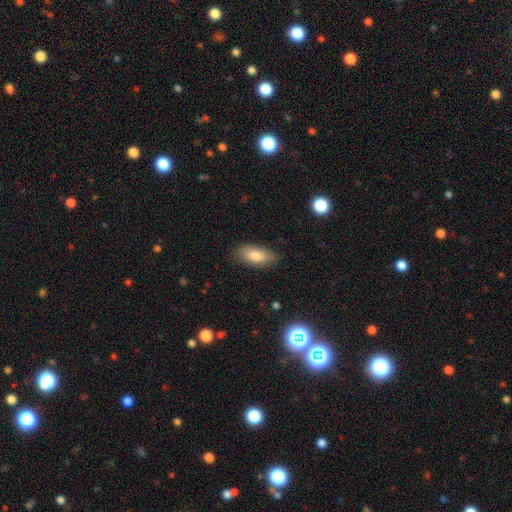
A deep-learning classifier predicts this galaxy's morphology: Smooth or featured?
  - smooth: 77% *
  - featured or disk: 16%
  - star or artifact: 8%
How rounded?
  - in between: 83% *
  - cigar-shaped: 13%
  - round: 3%
Merging?
  - none: 83% *
  - minor disturbance: 13%
  - major disturbance: 3%
  - merger: 1%